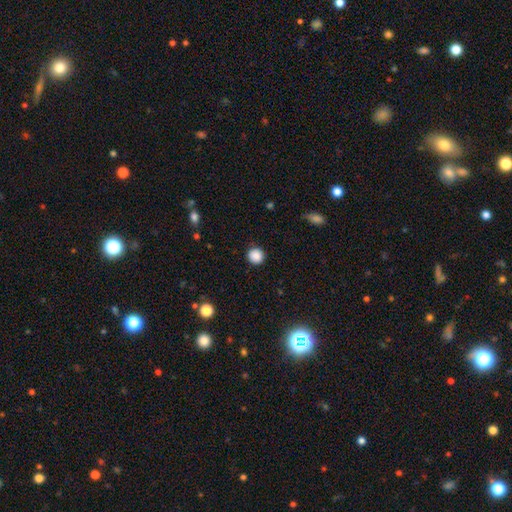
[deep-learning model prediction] smooth_or_featured: smooth (p=0.87) [alt: star or artifact p=0.10]
how_rounded: round (p=0.94) [alt: in between p=0.05]
merging: none (p=0.90) [alt: minor disturbance p=0.07]